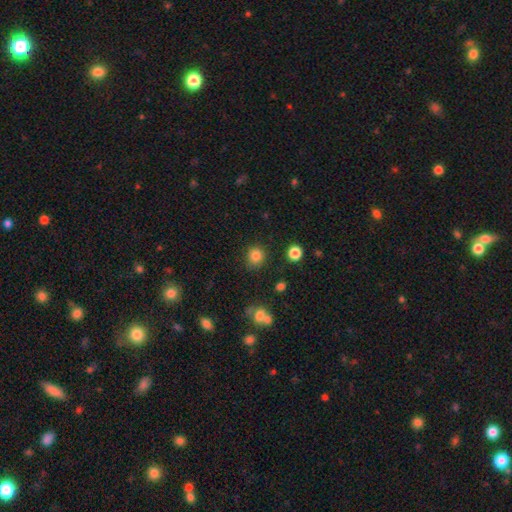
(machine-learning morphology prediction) smooth-or-featured: smooth: 83% | star or artifact: 12% | featured or disk: 5%
  how-rounded: round: 87% | in between: 12% | cigar-shaped: 1%
  merging: none: 86% | minor disturbance: 8% | major disturbance: 3% | merger: 2%